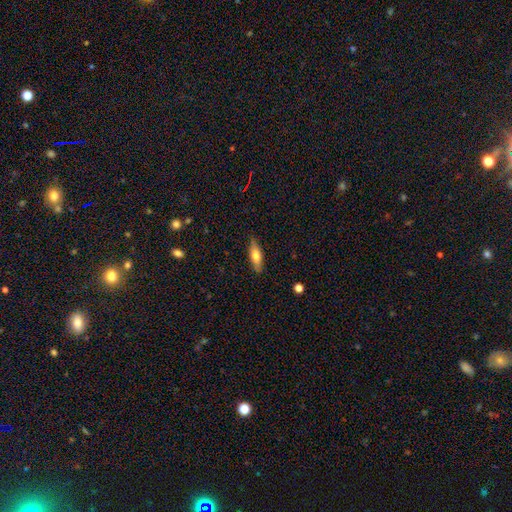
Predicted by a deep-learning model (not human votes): This appears to be a smooth galaxy with no disk features (61%) that is cigar-shaped (50%). Merging: none (87%).